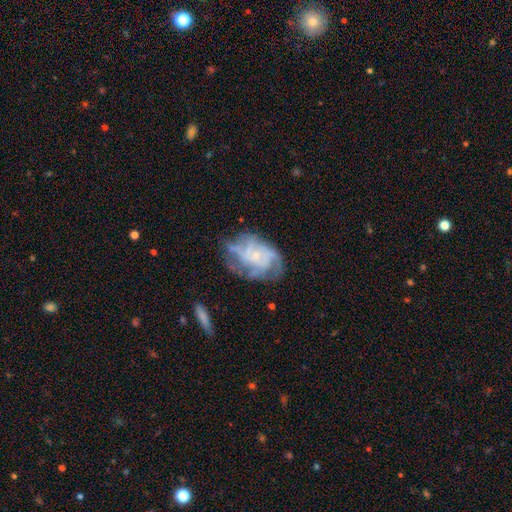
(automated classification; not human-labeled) A featured or disk galaxy (77%) with no bar (73%), tight (43%) spiral arms (85%) and a small central bulge (69%).

Vote fractions:
- Smooth or featured? featured or disk: 77% / smooth: 15% / star or artifact: 8%
- Edge-on disk? no: 97% / yes: 3%
- Bar? no: 73% / weak: 23% / strong: 4%
- Spiral arms? yes: 85% / no: 15%
- Spiral winding? tight: 43% / medium: 40% / loose: 17%
- Spiral arm count? can't tell: 37% / 4: 23% / 3: 18% / 2: 10% / more than 4: 7% / 1: 5%
- Bulge size? small: 69% / moderate: 18% / none: 11% / large: 2% / dominant: 1%
- Merging? none: 53% / minor disturbance: 24% / major disturbance: 20% / merger: 3%